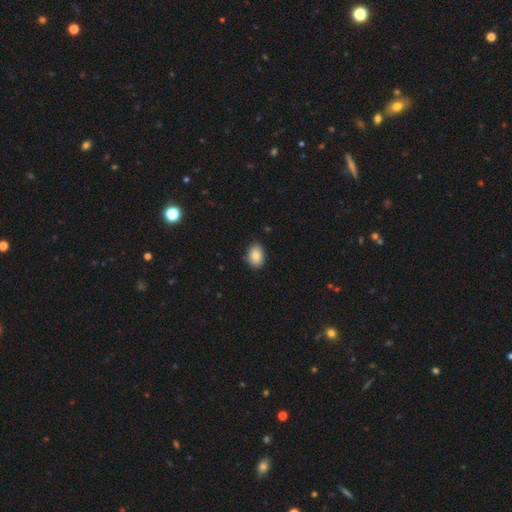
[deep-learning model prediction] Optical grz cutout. It shows a smooth galaxy with no disk features (83%) that is in between round and cigar-shaped (74%). Merging: none (83%).